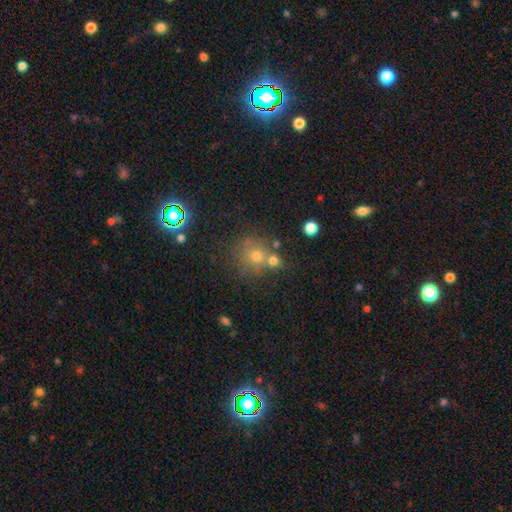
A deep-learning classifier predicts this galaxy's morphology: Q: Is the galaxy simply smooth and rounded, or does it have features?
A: smooth — 68%.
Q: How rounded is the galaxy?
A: round — 86%.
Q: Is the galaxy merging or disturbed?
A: none — 53%.